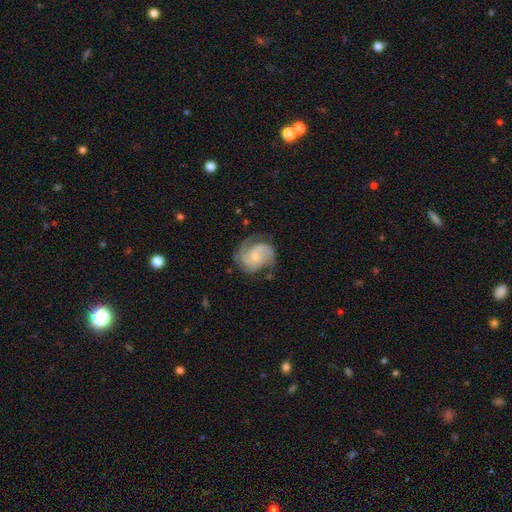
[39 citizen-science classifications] smooth-or-featured: featured or disk: 90% | smooth: 8% | star or artifact: 3%
  disk-edge-on: no: 100% | yes: 0%
    bar: no: 54% | weak: 43% | strong: 3%
    has-spiral-arms: yes: 97% | no: 3%
      spiral-winding: medium: 47% | tight: 41% | loose: 12%
      spiral-arm-count: 2: 56% | 3: 26% | can't tell: 12% | 4: 6% | 1: 0% | more than 4: 0%
    bulge-size: moderate: 54% | small: 40% | large: 3% | none: 3% | dominant: 0%
  merging: none: 74% | minor disturbance: 13% | major disturbance: 11% | merger: 3%